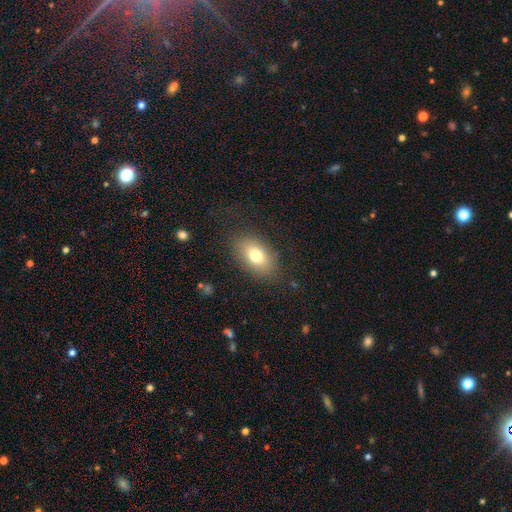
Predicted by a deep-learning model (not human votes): smooth_or_featured: smooth (p=0.75) [alt: featured or disk p=0.15]
how_rounded: in between (p=0.87) [alt: round p=0.11]
merging: none (p=0.82) [alt: minor disturbance p=0.12]